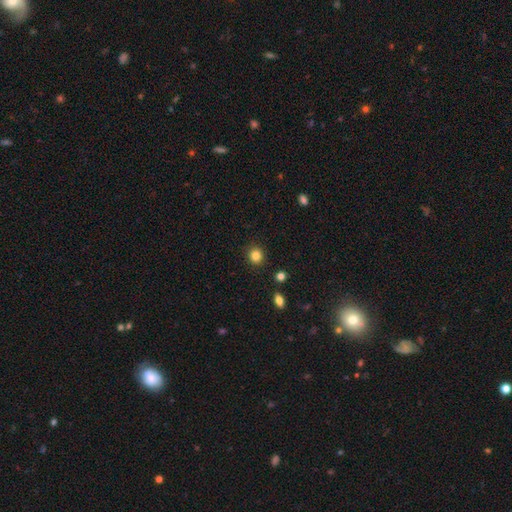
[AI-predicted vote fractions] Smooth or featured? smooth (84%)
How rounded? round (87%)
Merging? none (90%)